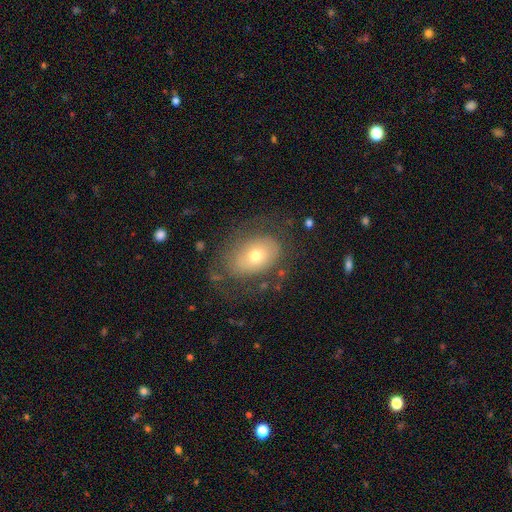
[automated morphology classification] Q: Smooth or featured?
A: smooth (54%); runner-up: featured or disk (36%)
Q: How rounded?
A: in between (74%); runner-up: round (25%)
Q: Merging?
A: none (64%); runner-up: minor disturbance (19%)